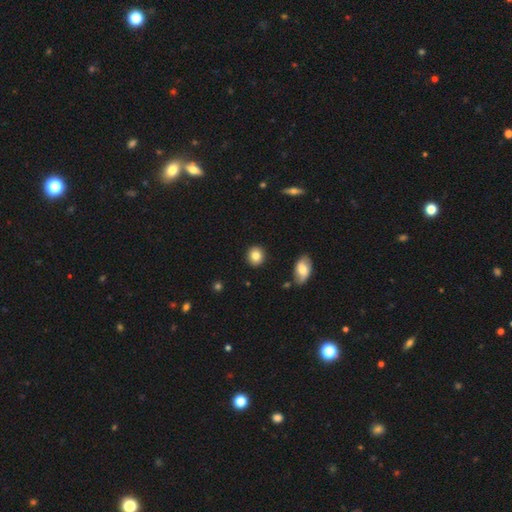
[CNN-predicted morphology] Q: Smooth or featured?
A: smooth (84%); runner-up: star or artifact (9%)
Q: How rounded?
A: round (80%); runner-up: in between (19%)
Q: Merging?
A: none (89%); runner-up: minor disturbance (7%)